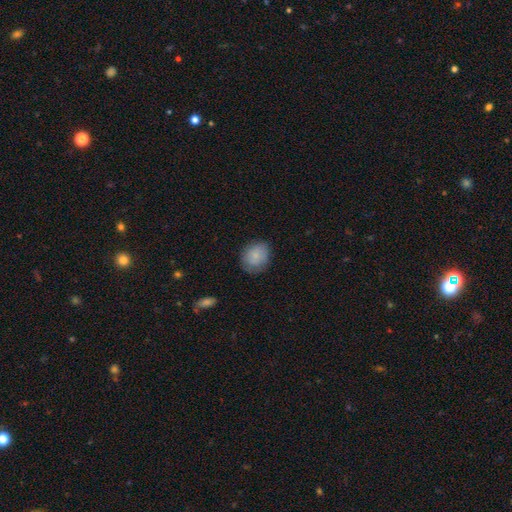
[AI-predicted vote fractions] Smooth or featured?
  - smooth: 79% *
  - featured or disk: 14%
  - star or artifact: 7%
How rounded?
  - round: 60% *
  - in between: 39%
  - cigar-shaped: 1%
Merging?
  - none: 73% *
  - minor disturbance: 21%
  - major disturbance: 6%
  - merger: 1%